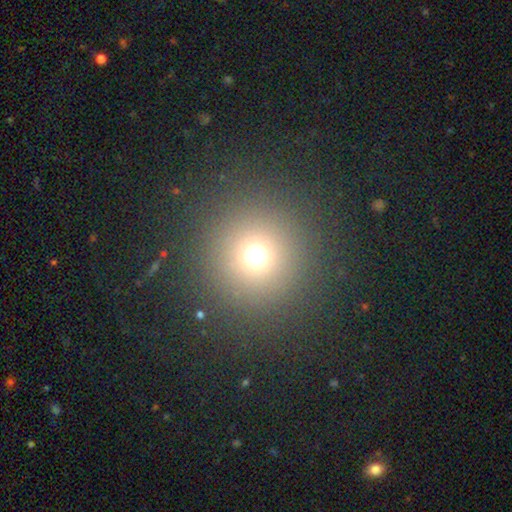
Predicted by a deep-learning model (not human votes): Q: Smooth or featured?
A: smooth (68%); runner-up: star or artifact (25%)
Q: How rounded?
A: round (95%); runner-up: in between (4%)
Q: Merging?
A: none (88%); runner-up: minor disturbance (6%)